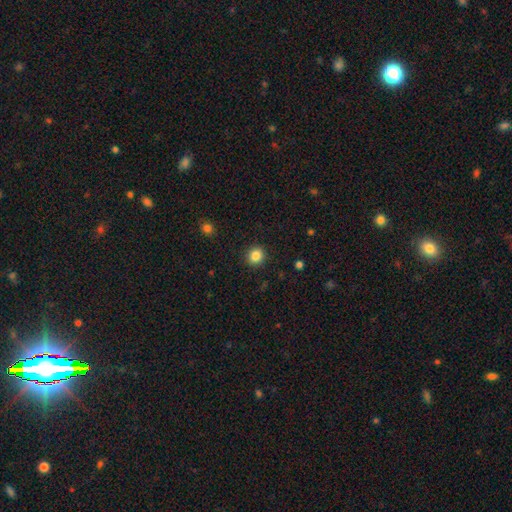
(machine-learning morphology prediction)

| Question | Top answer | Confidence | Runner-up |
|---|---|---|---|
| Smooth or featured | smooth | 85% | star or artifact (11%) |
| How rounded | round | 89% | in between (10%) |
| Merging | none | 91% | minor disturbance (6%) |